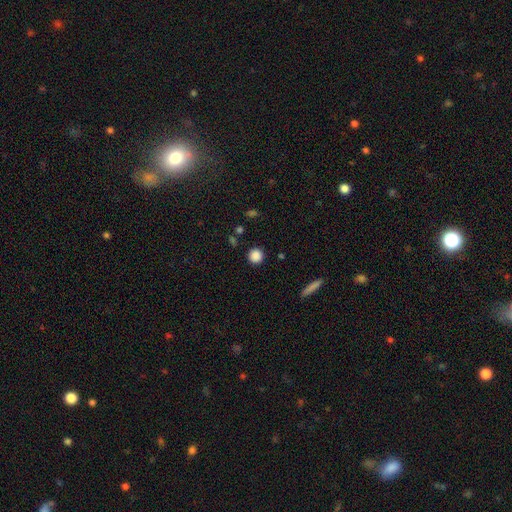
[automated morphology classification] smooth-or-featured: smooth: 86% | star or artifact: 10% | featured or disk: 3%
  how-rounded: round: 94% | in between: 5% | cigar-shaped: 1%
  merging: none: 90% | minor disturbance: 6% | major disturbance: 2% | merger: 2%